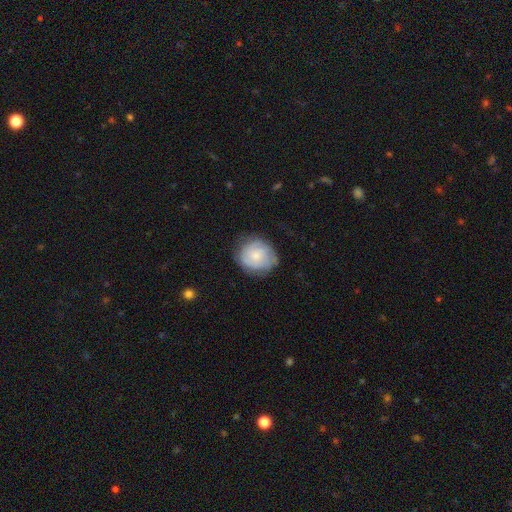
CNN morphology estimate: Smooth or featured? Predicted: smooth (p=0.51). How rounded? Predicted: round (p=0.82). Merging? Predicted: none (p=0.72).